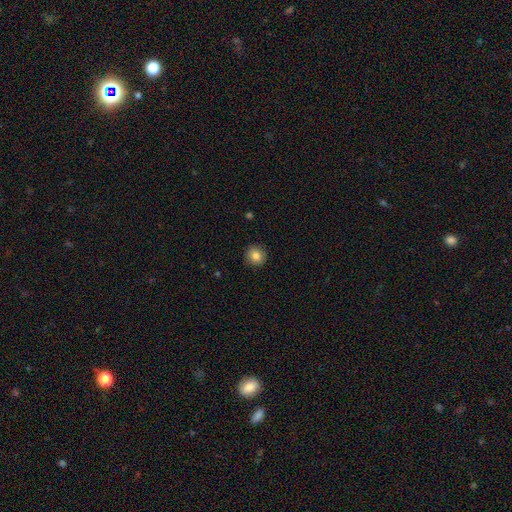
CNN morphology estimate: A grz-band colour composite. It shows a smooth galaxy with no disk features (83%) that is round (91%). Merging: none (90%).